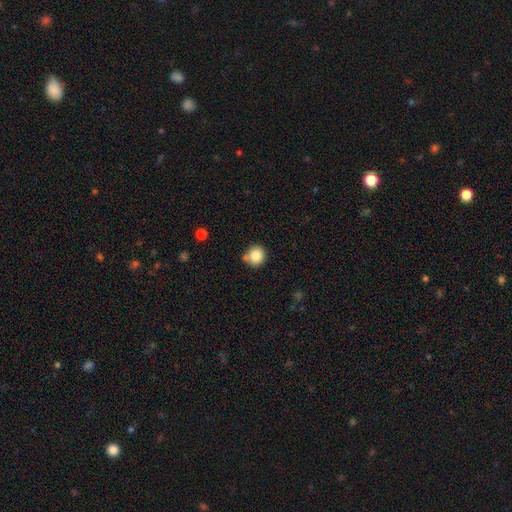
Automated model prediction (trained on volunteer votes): The model was most divided on "merging": none: 73%, minor disturbance: 13%, merger: 11%, major disturbance: 3%. More confident: how rounded — round (89%); smooth or featured — smooth (82%).